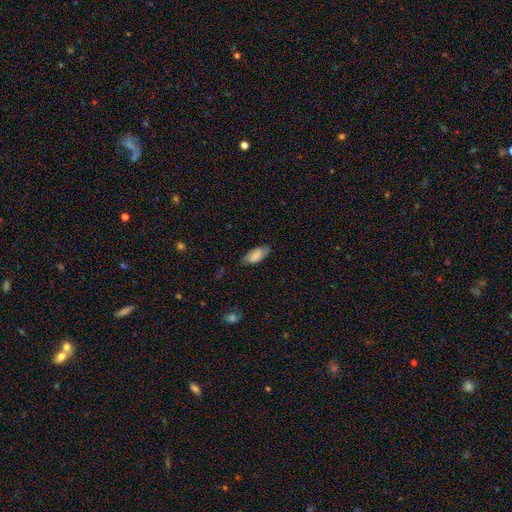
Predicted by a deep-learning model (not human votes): Smooth or featured? smooth (78%)
How rounded? in between (89%)
Merging? none (72%)